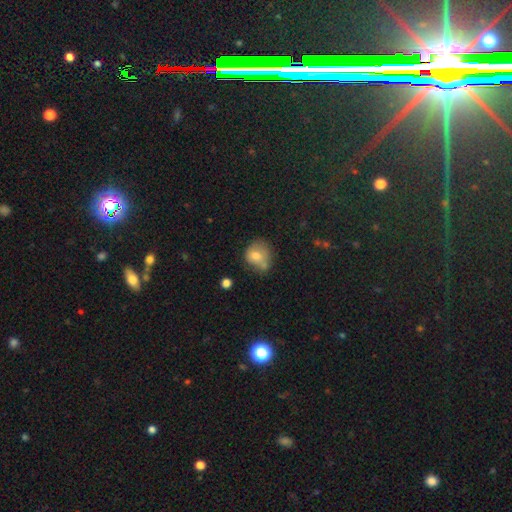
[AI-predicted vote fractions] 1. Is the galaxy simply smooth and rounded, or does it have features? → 71% smooth, 19% featured or disk, 10% star or artifact.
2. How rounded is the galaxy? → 70% round, 29% in between, 1% cigar-shaped.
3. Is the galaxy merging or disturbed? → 44% none, 25% minor disturbance, 21% merger, 9% major disturbance.